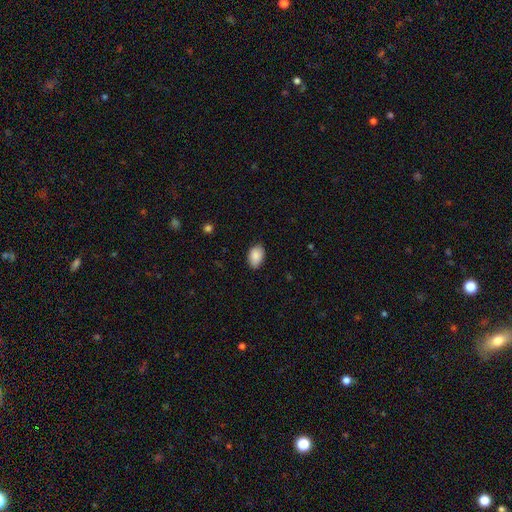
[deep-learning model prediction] Q: Smooth or featured?
A: smooth (89%); runner-up: star or artifact (7%)
Q: How rounded?
A: in between (88%); runner-up: round (10%)
Q: Merging?
A: none (81%); runner-up: minor disturbance (15%)